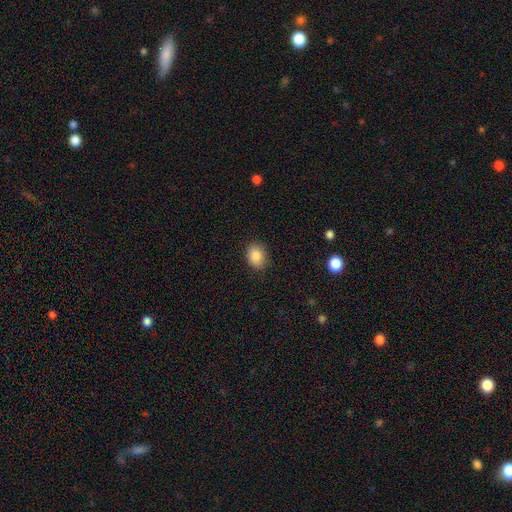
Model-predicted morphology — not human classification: Smooth or featured?
  - smooth: 87% *
  - star or artifact: 8%
  - featured or disk: 5%
How rounded?
  - in between: 67% *
  - round: 32%
  - cigar-shaped: 1%
Merging?
  - none: 85% *
  - minor disturbance: 11%
  - major disturbance: 3%
  - merger: 1%